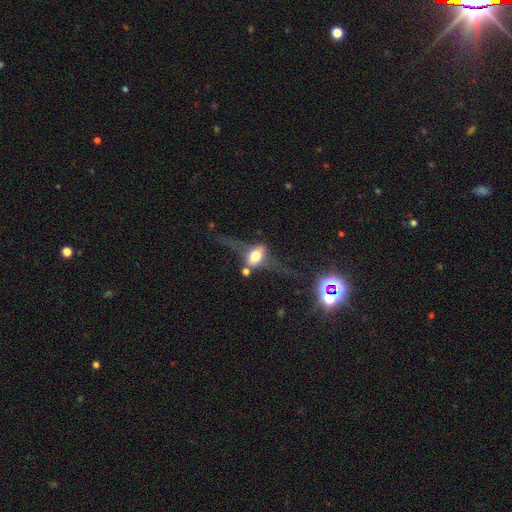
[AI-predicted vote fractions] This is possibly a featured or disk galaxy (59%). It is likely viewed edge-on (71%). Merging: possibly none (46%).